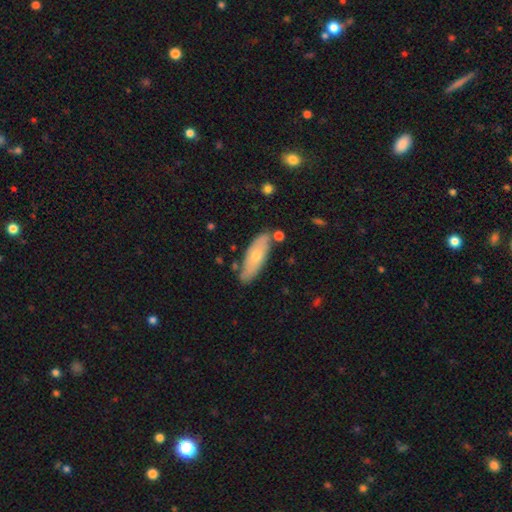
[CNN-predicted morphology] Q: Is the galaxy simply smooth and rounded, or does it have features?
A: smooth — 57%.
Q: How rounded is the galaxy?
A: in between — 55%.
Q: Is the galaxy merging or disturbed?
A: none — 80%.